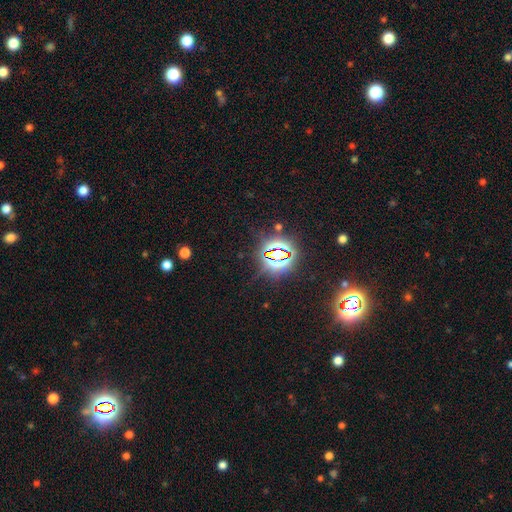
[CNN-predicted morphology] Smooth or featured? star or artifact (82%)